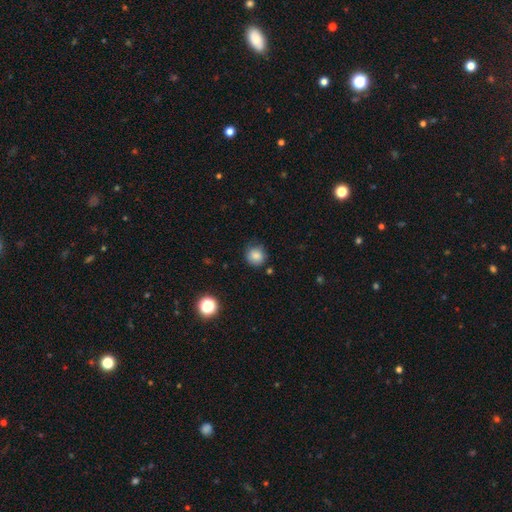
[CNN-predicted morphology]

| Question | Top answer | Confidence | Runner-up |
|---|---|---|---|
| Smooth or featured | smooth | 84% | star or artifact (11%) |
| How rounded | round | 90% | in between (9%) |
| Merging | none | 78% | minor disturbance (16%) |